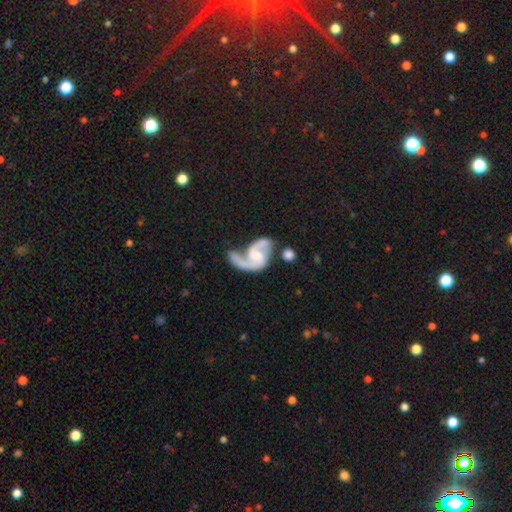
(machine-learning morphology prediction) A featured or disk galaxy (87%) with a weak bar (46%), 2 (82%) medium (45%) spiral arms (96%) and no central bulge (32%). Merging: none (36%).